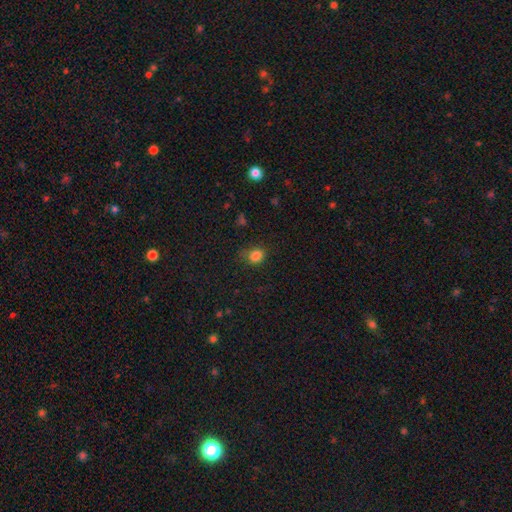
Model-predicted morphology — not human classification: This appears to be a smooth galaxy with no disk features (83%) that is round (59%). Merging: none (68%).